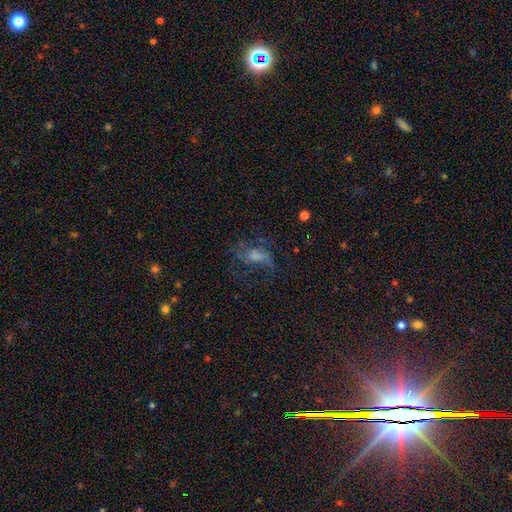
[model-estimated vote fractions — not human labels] Smooth or featured? Predicted: featured or disk (p=0.49). Merging? Predicted: none (p=0.43).